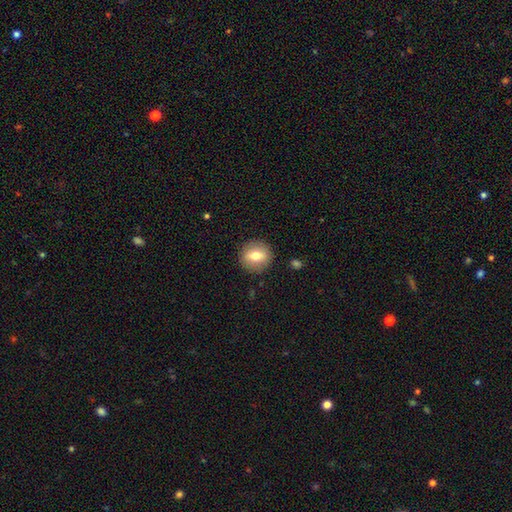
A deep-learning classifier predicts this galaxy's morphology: Smooth or featured: smooth — 69% (featured or disk — 23%)
How rounded: round — 83% (in between — 16%)
Merging: none — 89% (minor disturbance — 8%)